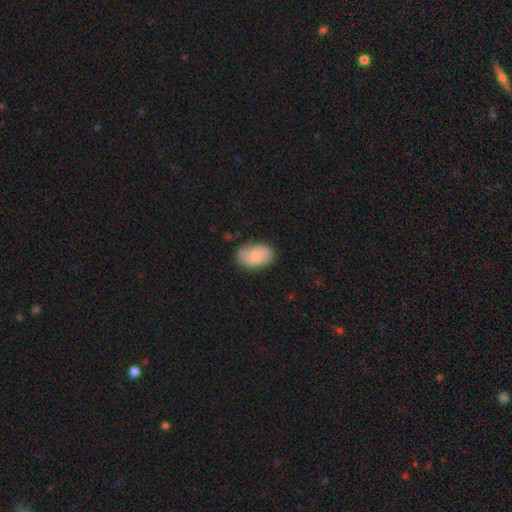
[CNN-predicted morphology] The model was most divided on "smooth or featured": smooth: 73%, featured or disk: 20%, star or artifact: 7%. More confident: how rounded — in between (85%); merging — none (74%).